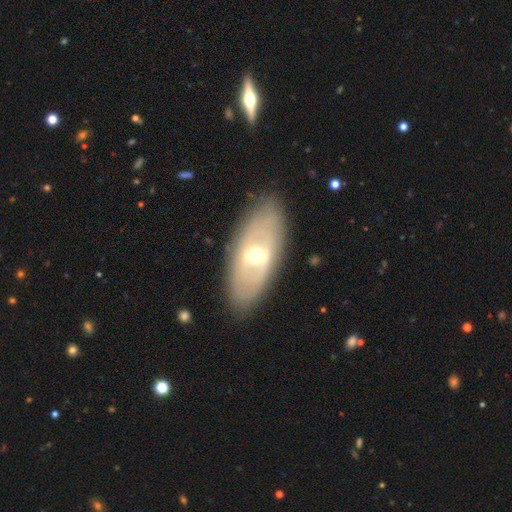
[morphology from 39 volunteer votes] This is likely a featured or disk galaxy (67%). It is clearly not viewed edge-on (88%). Bar: likely weak (61%). Spiral arm pattern: likely no (70%). Central bulge: likely moderate (78%). Merging: clearly none (97%).